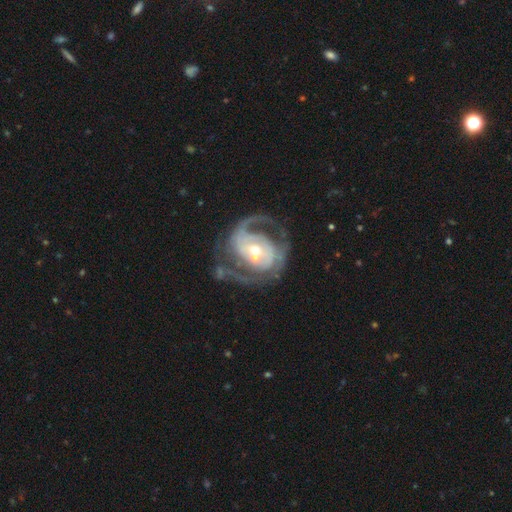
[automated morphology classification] Smooth or featured? featured or disk (88%)
Edge-on disk? no (97%)
Bar? no (45%)
Spiral arms? yes (92%)
Spiral winding? medium (45%)
Spiral arm count? 2 (61%)
Bulge size? moderate (49%)
Merging? none (46%)